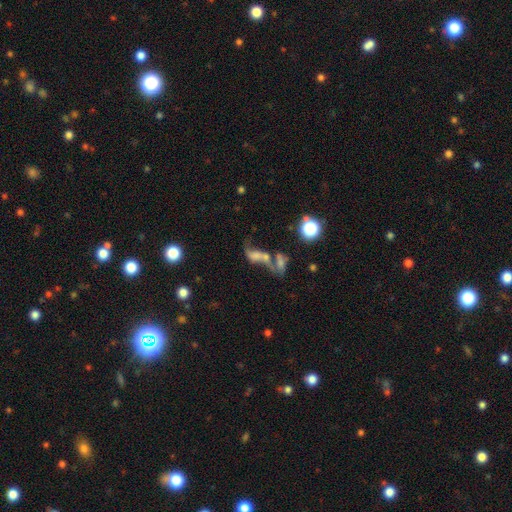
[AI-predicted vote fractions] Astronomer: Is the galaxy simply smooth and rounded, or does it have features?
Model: featured or disk — 42% (runner-up: smooth, 39%).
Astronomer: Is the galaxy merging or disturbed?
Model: merger — 60%.